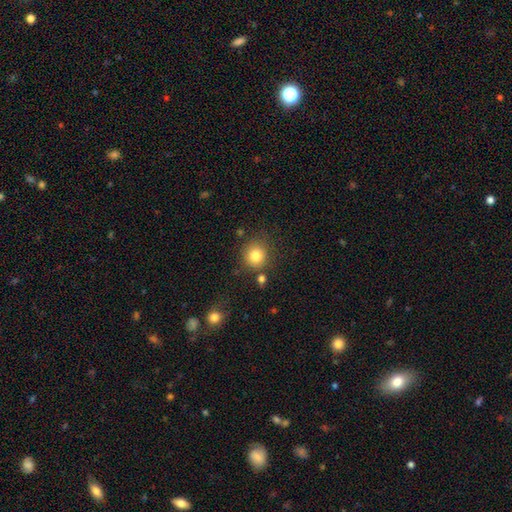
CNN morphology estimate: A smooth galaxy with no disk features (82%) that is round (90%). Merging: none (80%).